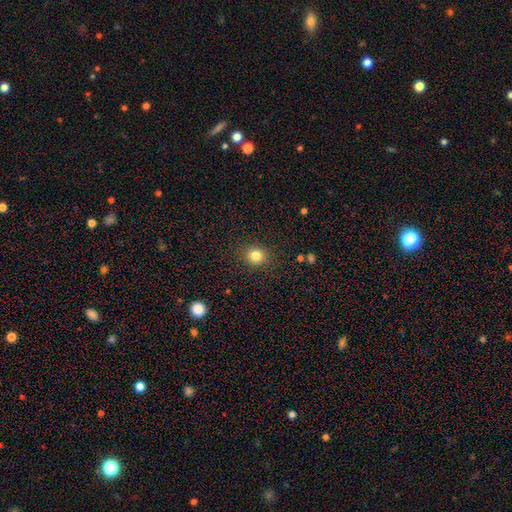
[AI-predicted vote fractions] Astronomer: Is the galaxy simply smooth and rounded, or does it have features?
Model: smooth — 82%.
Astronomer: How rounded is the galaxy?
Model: round — 82%.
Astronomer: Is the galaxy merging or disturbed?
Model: none — 89%.